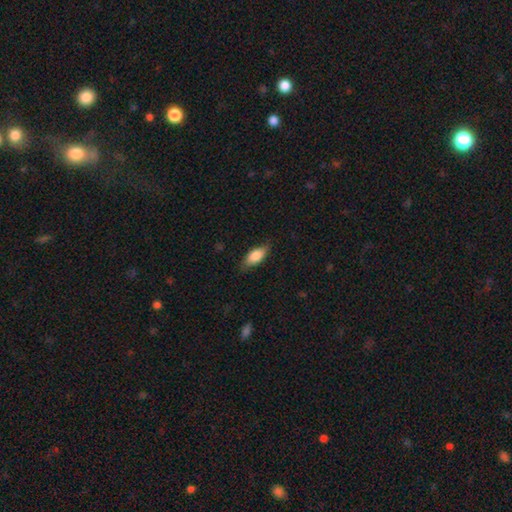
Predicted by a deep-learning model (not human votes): Smooth or featured? smooth (80%)
How rounded? in between (81%)
Merging? none (79%)